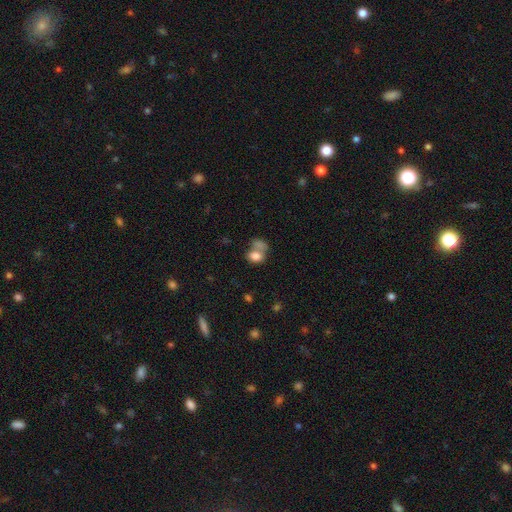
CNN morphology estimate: This is likely a smooth galaxy (79%). How rounded: likely in between (72%). Merging: possibly merger (55%).